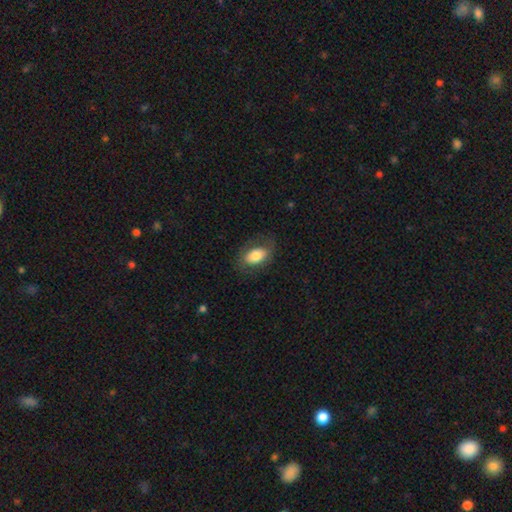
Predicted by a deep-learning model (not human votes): smooth 74%, featured or disk 19%, star or artifact 7%. Down the decision tree: how rounded — in between (90%); merging — none (72%).